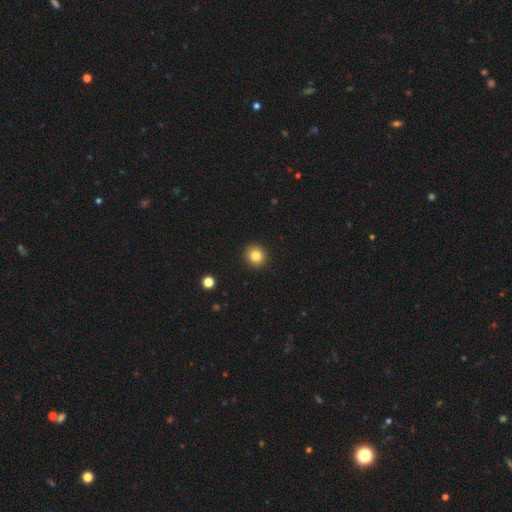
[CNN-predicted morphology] Smooth or featured: smooth — 83% (star or artifact — 11%)
How rounded: round — 88% (in between — 11%)
Merging: none — 92% (minor disturbance — 5%)